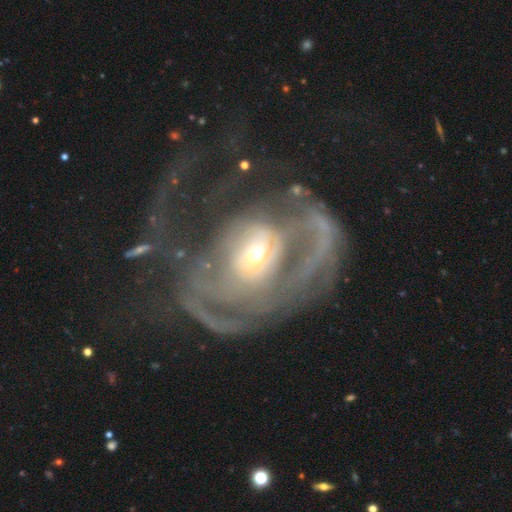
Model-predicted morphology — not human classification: This appears to be a featured or disk galaxy (79%) with no bar (60%), loose (39%) spiral arms (70%) and a small central bulge (51%). Merging: major disturbance (62%).